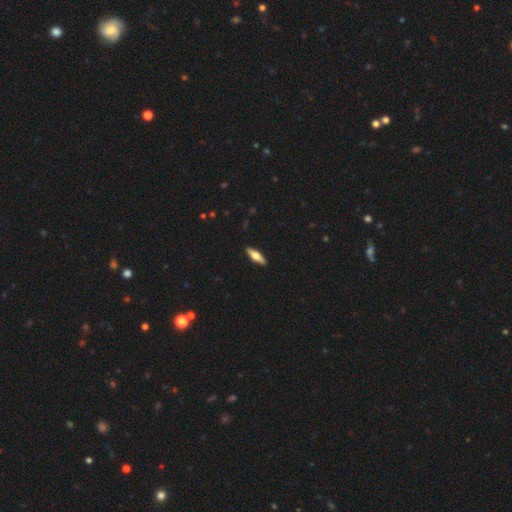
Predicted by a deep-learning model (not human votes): Morphology: type=featured or disk (49%); merging=none (91%).